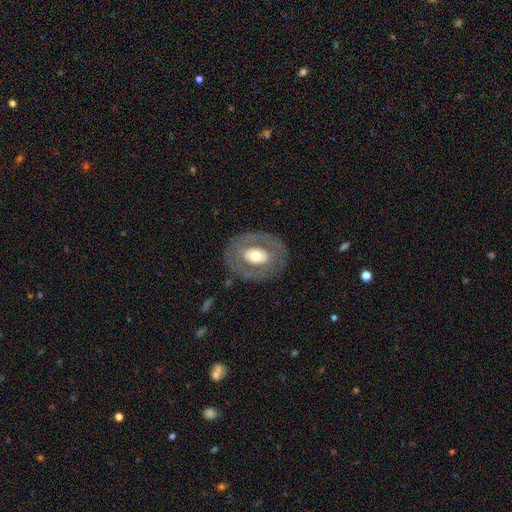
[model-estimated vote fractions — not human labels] The model was most divided on "smooth or featured": featured or disk: 55%, smooth: 39%, star or artifact: 6%. More confident: edge-on disk — no (93%); spiral arms — no (85%); merging — none (79%); bar — no (75%); bulge size — moderate (61%).